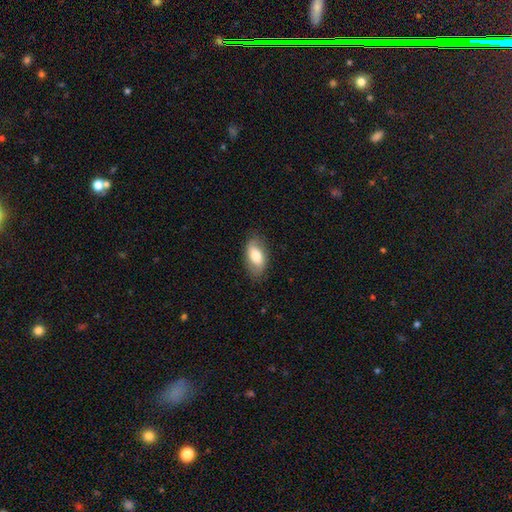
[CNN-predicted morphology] Overall: smooth (70%). How rounded: in between (92%). Merging: none (80%).